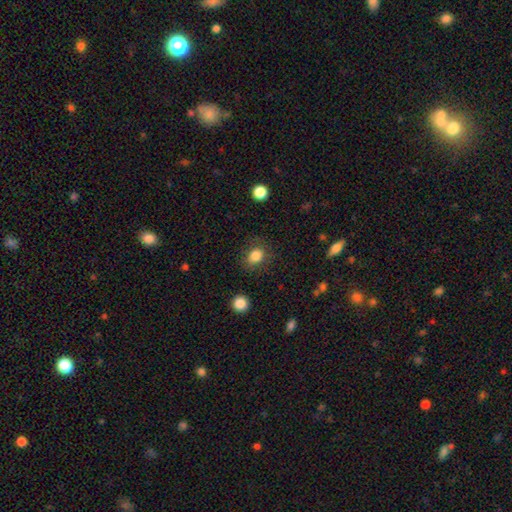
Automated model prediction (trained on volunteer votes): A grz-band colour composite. It shows a smooth galaxy with no disk features (84%) that is in between round and cigar-shaped (50%). Merging: none (77%).